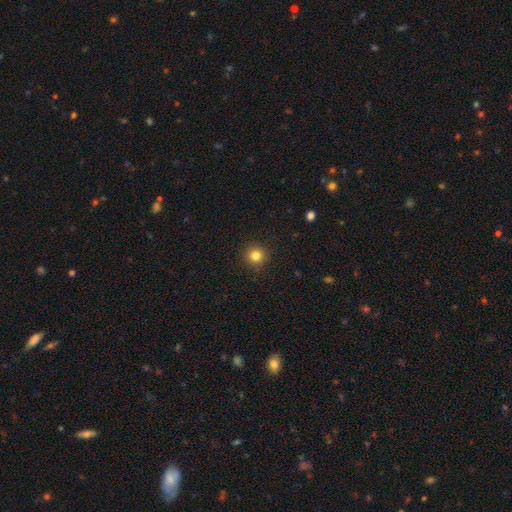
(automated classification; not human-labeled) A smooth galaxy with no disk features (82%) that is round (95%). Merging: none (92%).